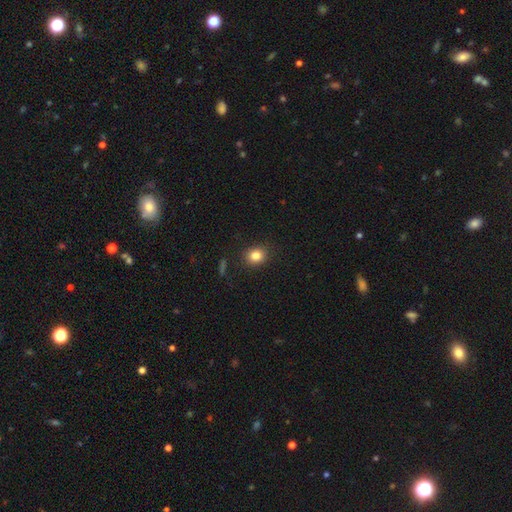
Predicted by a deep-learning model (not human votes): smooth 83%, star or artifact 11%, featured or disk 6%. Down the decision tree: how rounded — round (68%); merging — none (88%).